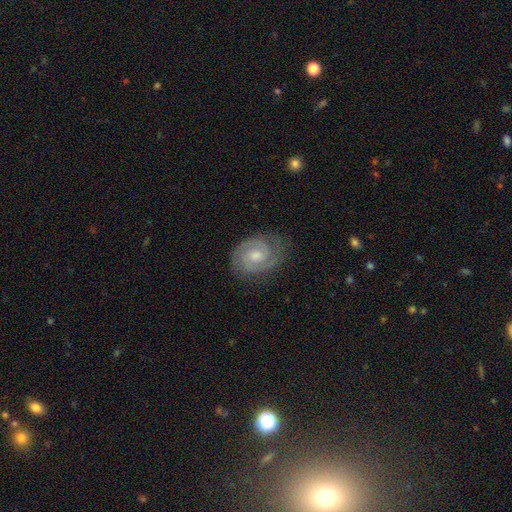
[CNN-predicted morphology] Smooth or featured: featured or disk — 86% (smooth — 8%)
Edge-on disk: no — 98% (yes — 2%)
Bar: no — 54% (weak — 40%)
Spiral arms: yes — 97% (no — 3%)
Spiral winding: tight — 64% (medium — 31%)
Spiral arm count: 2 — 88% (can't tell — 5%)
Bulge size: moderate — 58% (small — 34%)
Merging: none — 81% (minor disturbance — 14%)